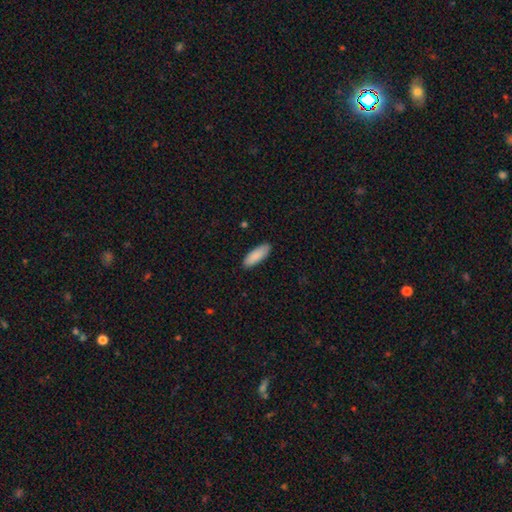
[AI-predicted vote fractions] This appears to be a smooth galaxy with no disk features (88%) that is in between round and cigar-shaped (68%). Merging: none (87%).